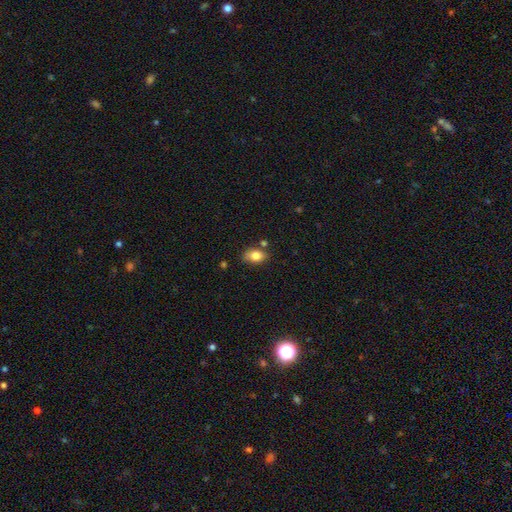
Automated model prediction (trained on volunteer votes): The model was most divided on "merging": none: 71%, minor disturbance: 18%, merger: 7%, major disturbance: 4%. More confident: smooth or featured — smooth (81%); how rounded — in between (81%).